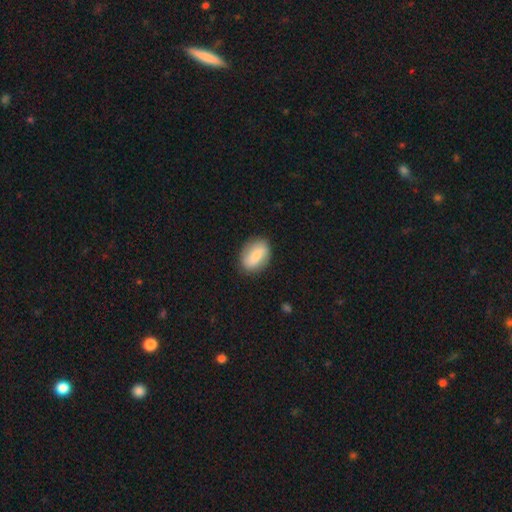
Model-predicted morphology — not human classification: A smooth galaxy with no disk features (73%) that is in between round and cigar-shaped (82%).

Vote fractions:
- Smooth or featured? smooth: 73% / featured or disk: 21% / star or artifact: 7%
- How rounded? in between: 82% / round: 15% / cigar-shaped: 3%
- Merging? none: 84% / minor disturbance: 12% / major disturbance: 3% / merger: 1%